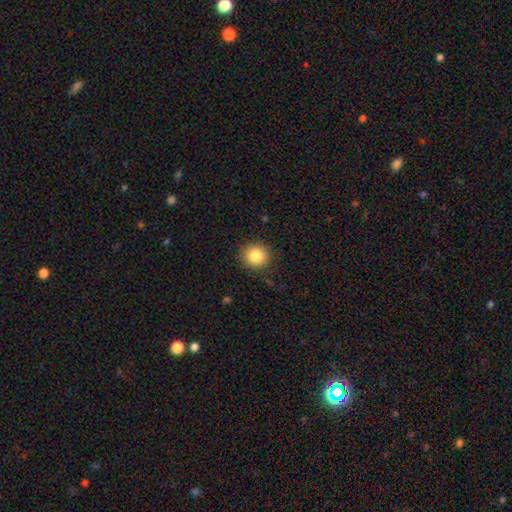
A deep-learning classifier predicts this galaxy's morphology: smooth_or_featured: smooth (p=0.84) [alt: star or artifact p=0.10]
how_rounded: round (p=0.89) [alt: in between p=0.10]
merging: none (p=0.90) [alt: minor disturbance p=0.07]